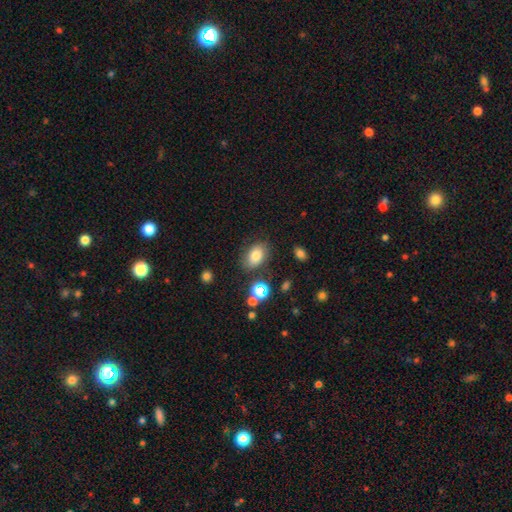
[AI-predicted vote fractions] This is likely a smooth galaxy (78%). How rounded: clearly in between (82%). Merging: likely none (77%).